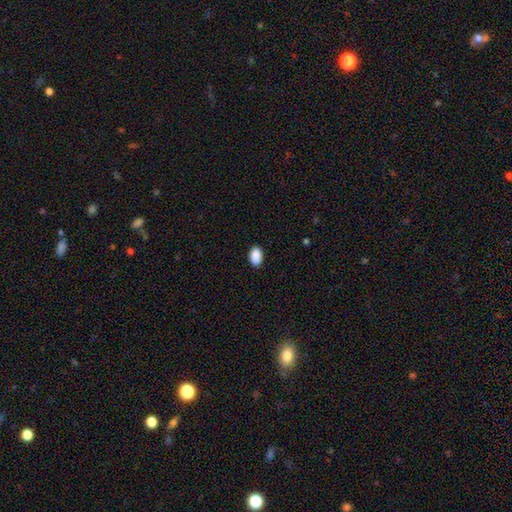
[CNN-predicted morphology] smooth 90%, star or artifact 7%, featured or disk 2%. Down the decision tree: how rounded — in between (91%); merging — none (88%).